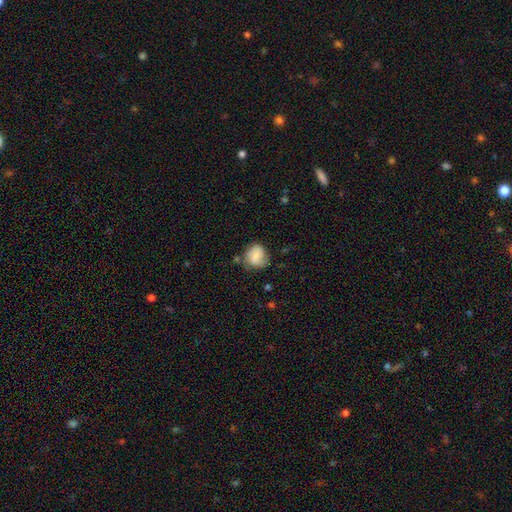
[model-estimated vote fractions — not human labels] This appears to be a smooth galaxy with no disk features (61%) that is round (74%). Merging: none (57%).